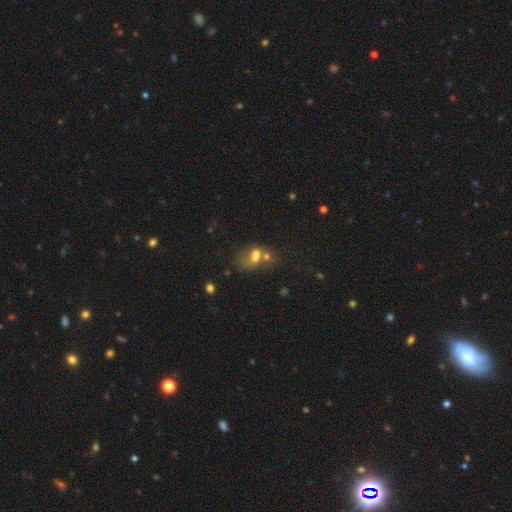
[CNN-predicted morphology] A smooth galaxy with no disk features (59%) that is in between round and cigar-shaped (69%). Merging: merger (55%).